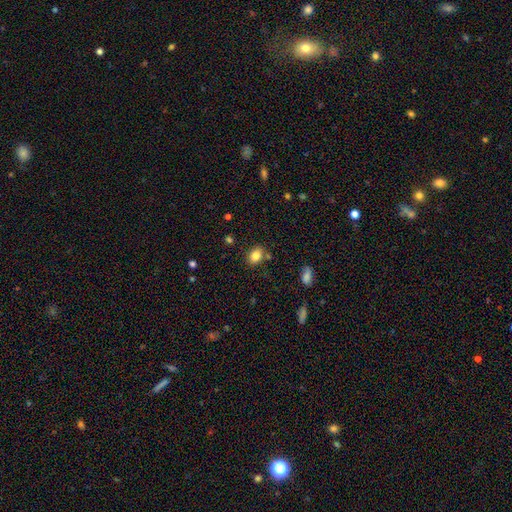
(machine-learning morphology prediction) Smooth or featured: smooth — 83% (star or artifact — 10%)
How rounded: in between — 74% (round — 25%)
Merging: none — 80% (minor disturbance — 12%)